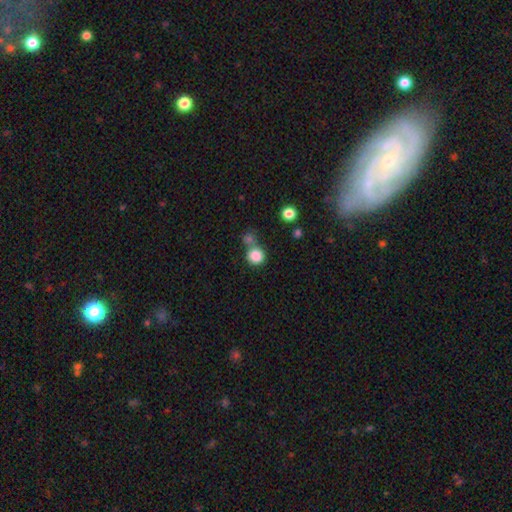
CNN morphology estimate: smooth 84%, star or artifact 10%, featured or disk 5%. Down the decision tree: how rounded — round (88%); merging — none (53%).